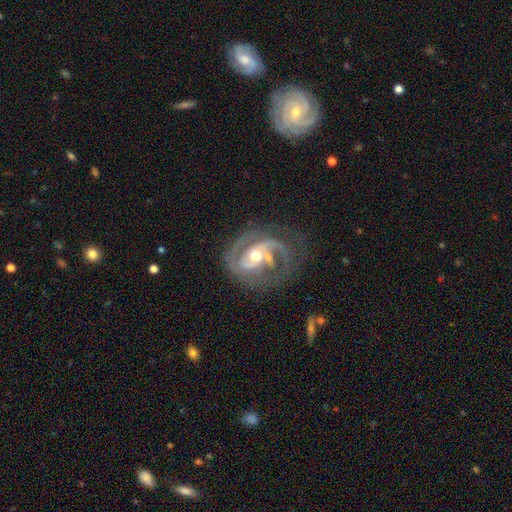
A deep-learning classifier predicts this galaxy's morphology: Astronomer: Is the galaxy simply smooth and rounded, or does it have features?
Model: featured or disk — 89%.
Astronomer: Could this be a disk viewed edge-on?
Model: no — 97%.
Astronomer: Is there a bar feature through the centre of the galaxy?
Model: no — 50% (runner-up: weak, 33%).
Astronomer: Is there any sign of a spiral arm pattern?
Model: yes — 94%.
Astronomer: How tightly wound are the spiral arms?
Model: medium — 47% (runner-up: tight, 37%).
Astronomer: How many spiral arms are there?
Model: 2 — 61%.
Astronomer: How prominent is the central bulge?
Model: moderate — 73%.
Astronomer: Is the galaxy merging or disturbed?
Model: none — 51%.